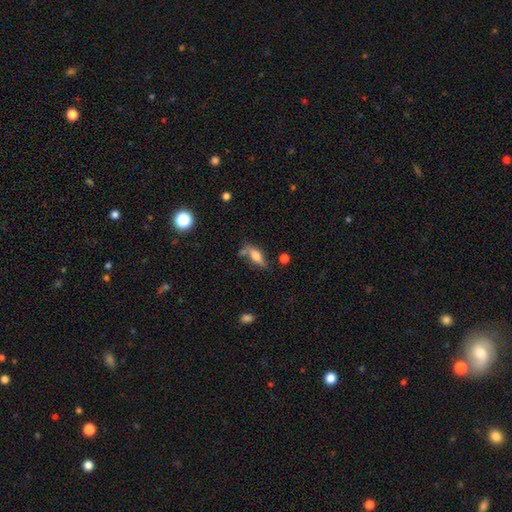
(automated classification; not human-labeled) This is possibly a smooth galaxy (56%). How rounded: possibly in between (53%). Merging: possibly none (55%).